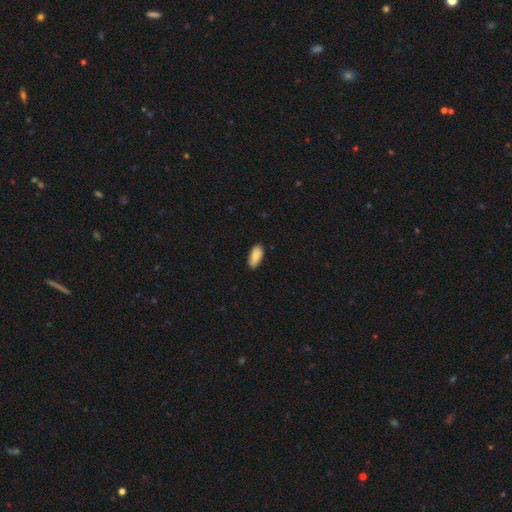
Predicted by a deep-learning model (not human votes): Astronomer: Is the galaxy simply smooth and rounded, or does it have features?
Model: smooth — 85%.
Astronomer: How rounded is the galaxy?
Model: in between — 90%.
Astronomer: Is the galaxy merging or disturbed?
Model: none — 84%.